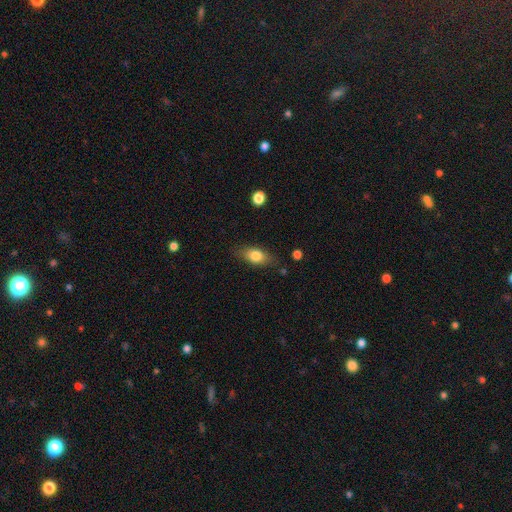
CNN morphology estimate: Smooth or featured? smooth (78%)
How rounded? in between (82%)
Merging? none (78%)